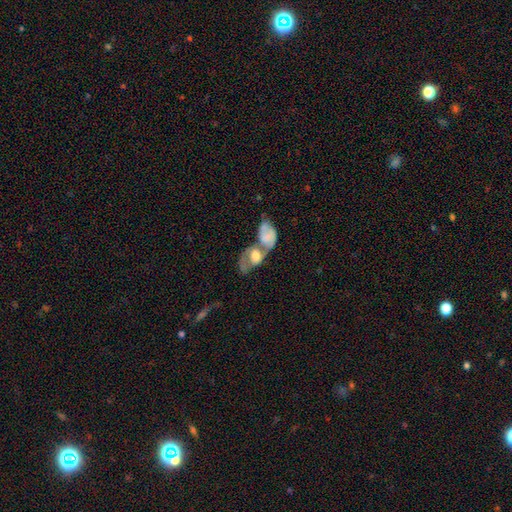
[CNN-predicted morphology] smooth-or-featured: featured or disk: 57% | smooth: 36% | star or artifact: 7%
  disk-edge-on: no: 91% | yes: 9%
    bar: no: 67% | weak: 24% | strong: 8%
    has-spiral-arms: yes: 63% | no: 37%
    bulge-size: moderate: 41% | large: 35% | small: 12% | none: 8% | dominant: 4%
  merging: merger: 66% | none: 17% | major disturbance: 9% | minor disturbance: 8%